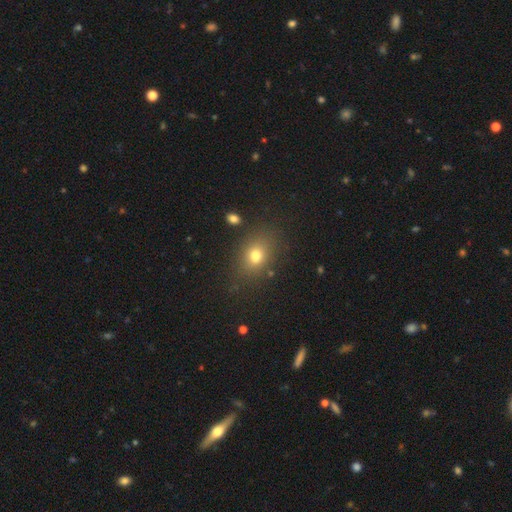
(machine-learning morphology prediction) Smooth or featured: smooth — 75% (star or artifact — 14%)
How rounded: in between — 63% (round — 35%)
Merging: none — 77% (minor disturbance — 13%)